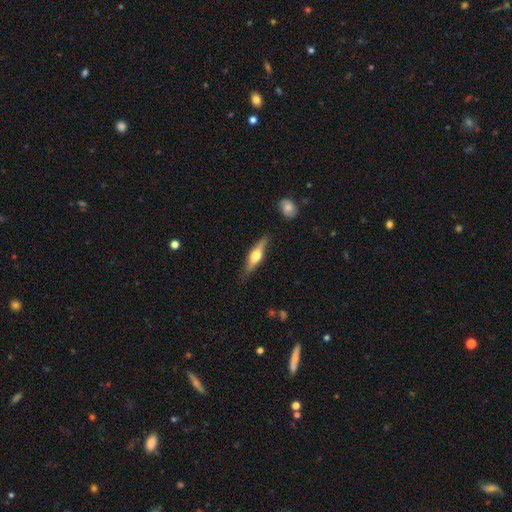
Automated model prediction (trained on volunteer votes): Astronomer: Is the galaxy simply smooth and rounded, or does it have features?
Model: featured or disk — 55% (runner-up: smooth, 40%).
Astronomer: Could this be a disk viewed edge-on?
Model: yes — 92%.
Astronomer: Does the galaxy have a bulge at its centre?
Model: rounded — 91%.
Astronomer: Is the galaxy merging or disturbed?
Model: none — 80%.